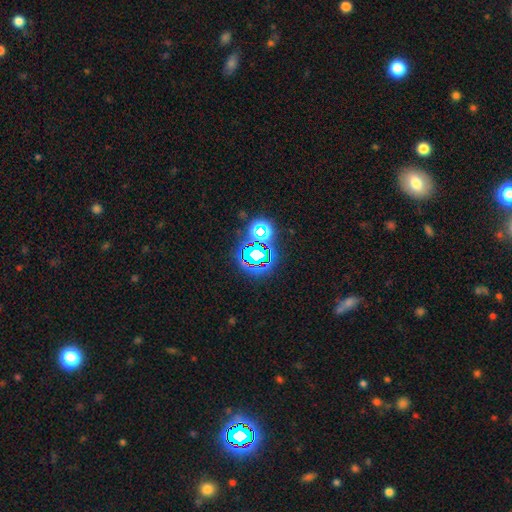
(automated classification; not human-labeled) A star or artifact, not a galaxy (69%).

Vote fractions:
- Smooth or featured? star or artifact: 69% / smooth: 20% / featured or disk: 12%